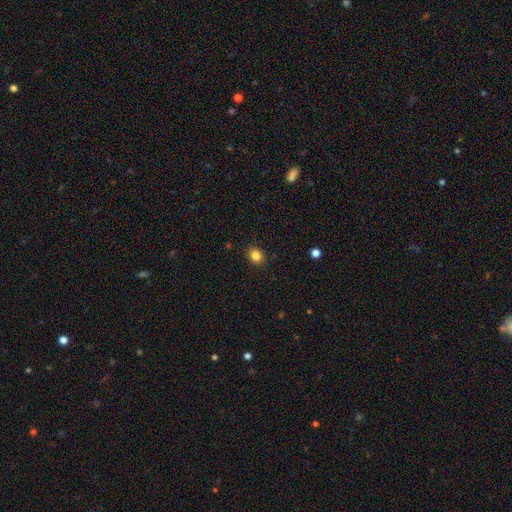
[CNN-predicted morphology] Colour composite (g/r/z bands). It shows a smooth galaxy with no disk features (84%) that is round (61%). Merging: none (90%).